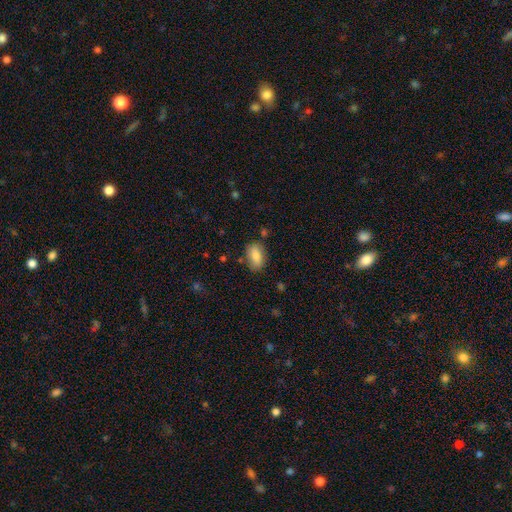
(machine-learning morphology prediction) Overall: smooth (83%). How rounded: in between (91%). Merging: none (75%).